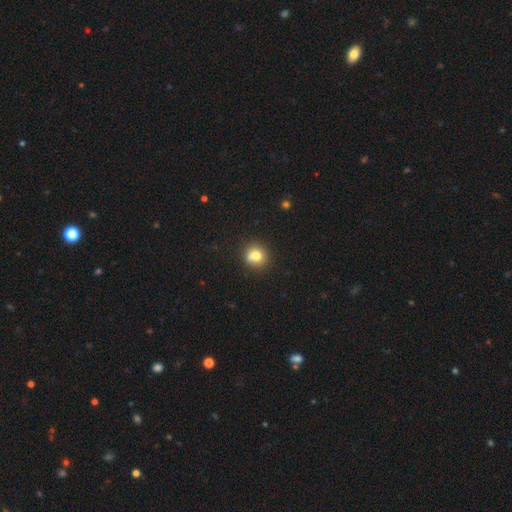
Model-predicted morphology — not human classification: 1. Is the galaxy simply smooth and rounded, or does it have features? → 76% smooth, 13% featured or disk, 12% star or artifact.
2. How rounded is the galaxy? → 88% round, 11% in between, 1% cigar-shaped.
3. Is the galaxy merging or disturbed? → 67% none, 15% minor disturbance, 13% merger, 4% major disturbance.